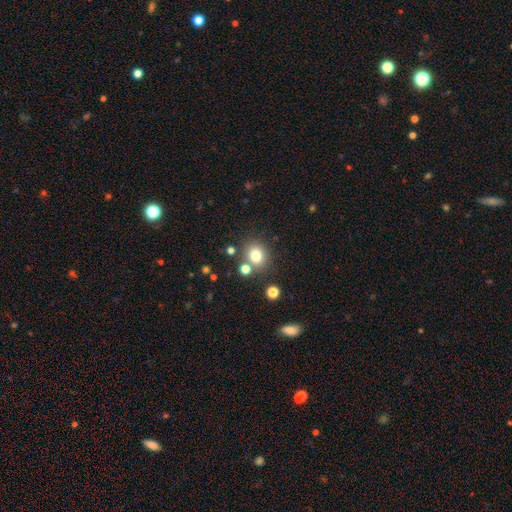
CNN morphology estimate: A smooth galaxy with no disk features (78%) that is round (75%).

Vote fractions:
- Smooth or featured? smooth: 78% / star or artifact: 14% / featured or disk: 8%
- How rounded? round: 75% / in between: 24% / cigar-shaped: 1%
- Merging? none: 74% / merger: 12% / minor disturbance: 10% / major disturbance: 4%